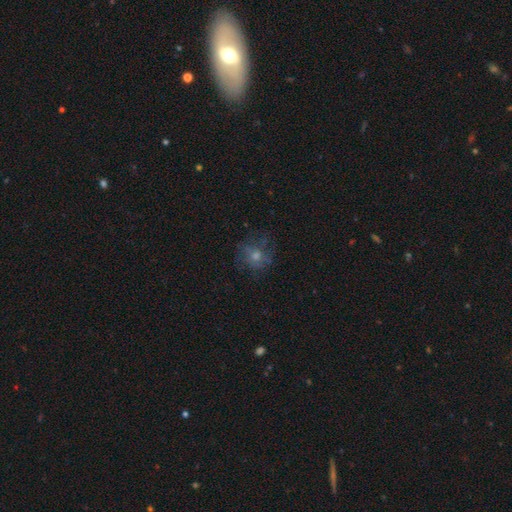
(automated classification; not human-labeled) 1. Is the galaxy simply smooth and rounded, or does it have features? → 47% smooth, 30% featured or disk, 23% star or artifact.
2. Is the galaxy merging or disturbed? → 69% none, 18% minor disturbance, 12% major disturbance, 1% merger.